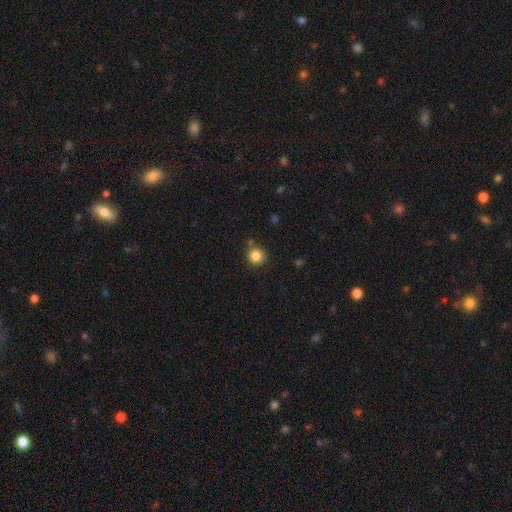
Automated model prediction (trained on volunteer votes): A smooth galaxy with no disk features (85%) that is round (92%).

Vote fractions:
- Smooth or featured? smooth: 85% / star or artifact: 11% / featured or disk: 5%
- How rounded? round: 92% / in between: 7% / cigar-shaped: 1%
- Merging? none: 80% / minor disturbance: 11% / merger: 6% / major disturbance: 3%